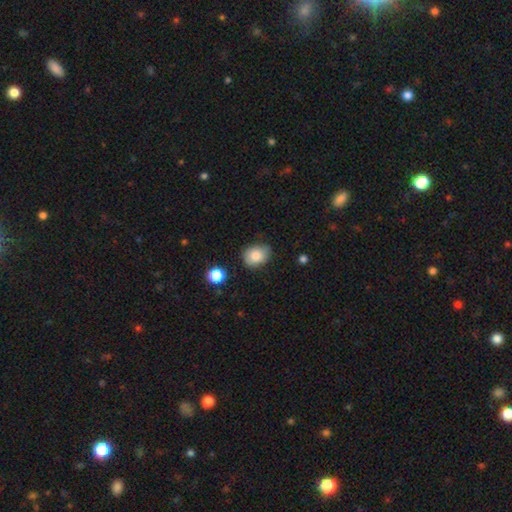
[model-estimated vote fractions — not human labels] A smooth galaxy with no disk features (82%) that is in between round and cigar-shaped (57%). Merging: none (74%).